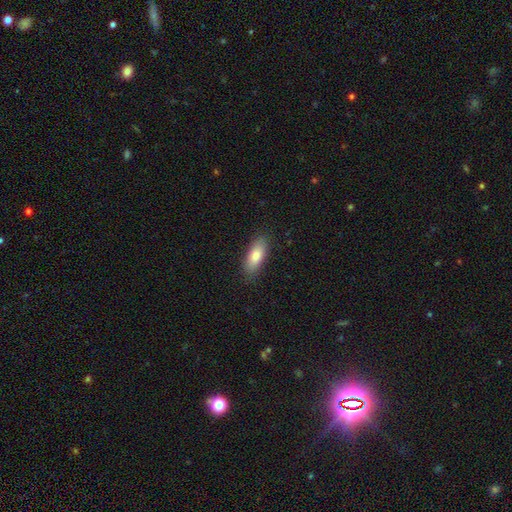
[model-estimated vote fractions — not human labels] The model was most divided on "how rounded": in between: 74%, cigar-shaped: 23%, round: 2%. More confident: merging — none (87%); smooth or featured — smooth (81%).